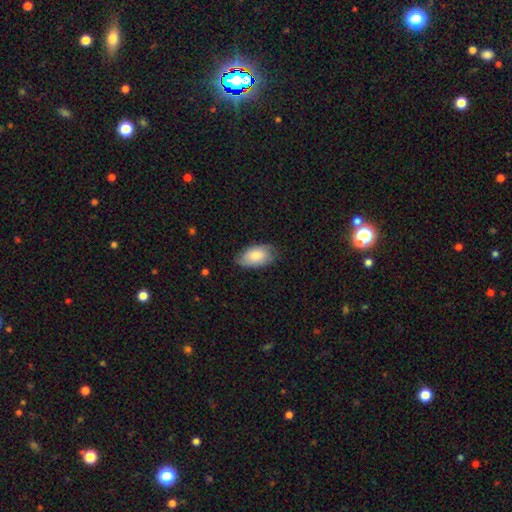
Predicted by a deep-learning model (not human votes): smooth_or_featured: smooth (p=0.81) [alt: featured or disk p=0.13]
how_rounded: in between (p=0.94) [alt: round p=0.04]
merging: none (p=0.72) [alt: minor disturbance p=0.24]